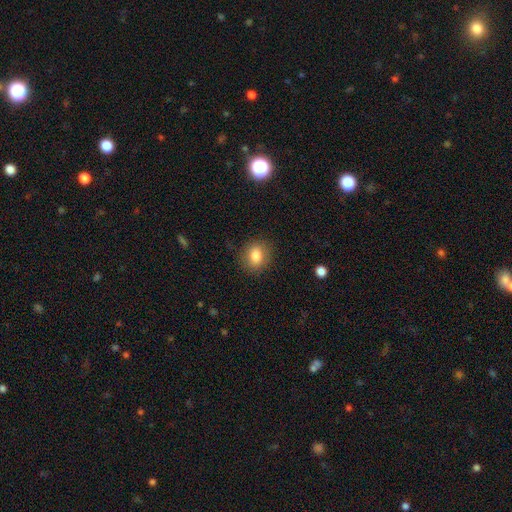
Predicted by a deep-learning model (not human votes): smooth-or-featured: smooth: 83% | star or artifact: 9% | featured or disk: 8%
  how-rounded: round: 55% | in between: 43% | cigar-shaped: 1%
  merging: none: 85% | minor disturbance: 11% | major disturbance: 3% | merger: 1%